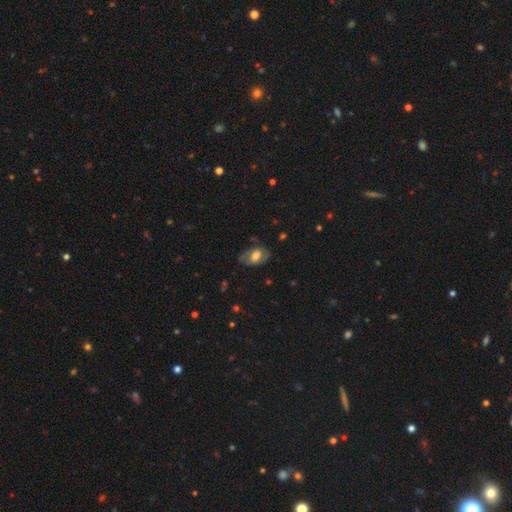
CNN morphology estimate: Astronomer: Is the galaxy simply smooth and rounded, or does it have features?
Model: smooth — 52% (runner-up: featured or disk, 41%).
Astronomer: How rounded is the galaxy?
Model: in between — 87%.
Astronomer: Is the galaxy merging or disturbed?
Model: none — 66%.